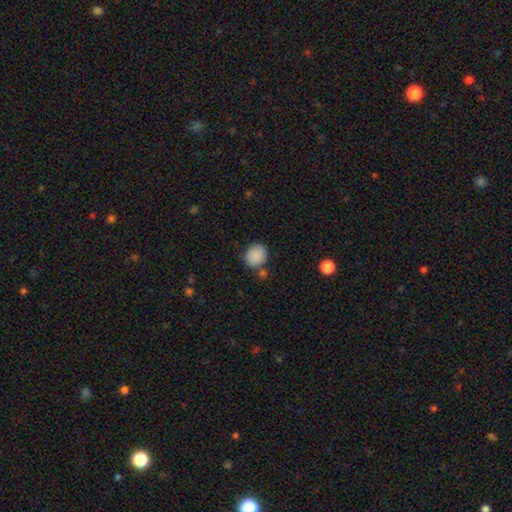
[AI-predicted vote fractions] smooth-or-featured: smooth: 88% | star or artifact: 8% | featured or disk: 4%
  how-rounded: round: 73% | in between: 26% | cigar-shaped: 1%
  merging: none: 73% | minor disturbance: 13% | merger: 10% | major disturbance: 4%